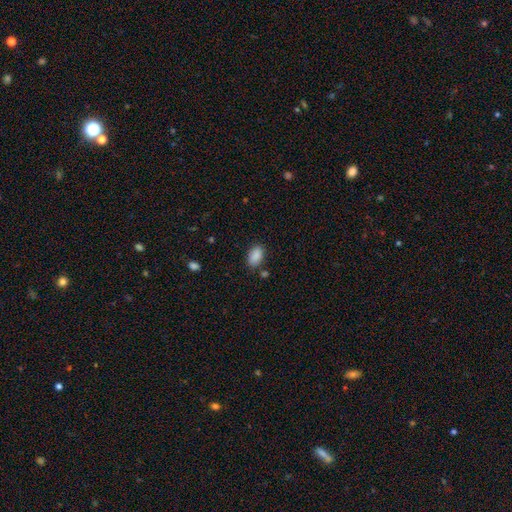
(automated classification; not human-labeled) smooth 89%, star or artifact 8%, featured or disk 3%. Down the decision tree: how rounded — in between (92%); merging — none (81%).